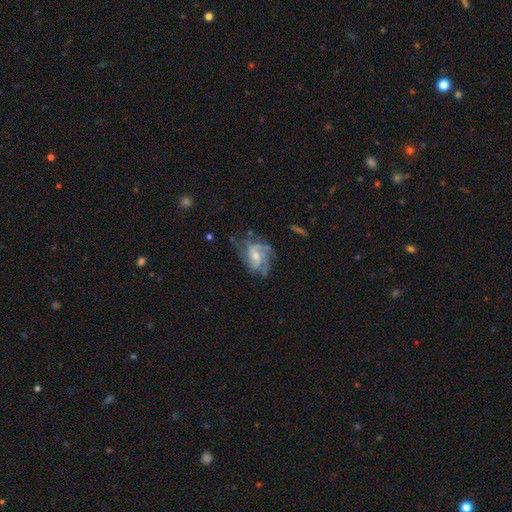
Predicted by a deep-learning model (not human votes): Overall: featured or disk (80%). Edge-on disk: no (98%). Bar: no (57%; weak 36%). Spiral arms: yes (91%). Spiral arm count: 3 (31%; can't tell 26%). Spiral winding: medium (45%; tight 35%). Bulge size: small (51%; moderate 41%). Merging: none (53%; minor disturbance 25%).